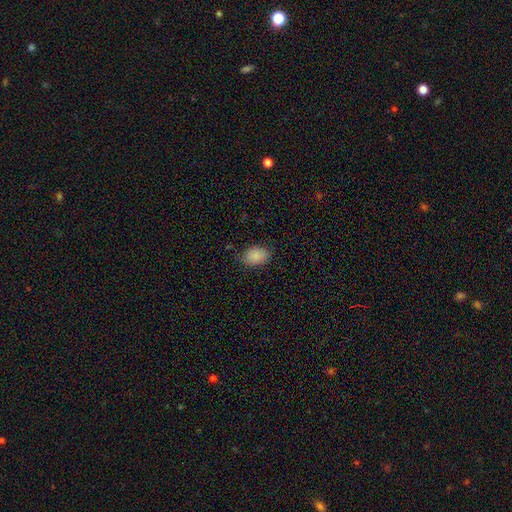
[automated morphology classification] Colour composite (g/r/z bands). It shows a smooth galaxy with no disk features (88%) that is in between round and cigar-shaped (82%). Merging: none (84%).